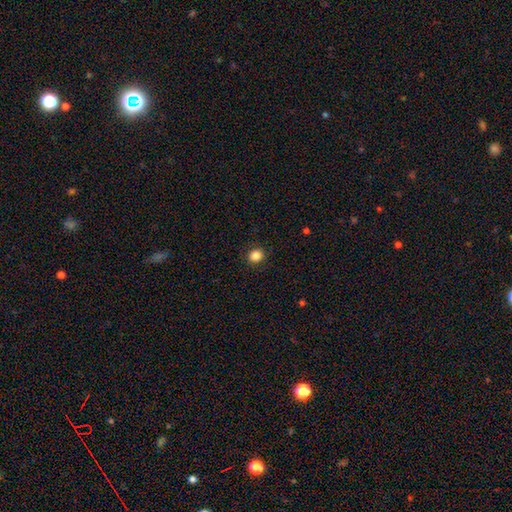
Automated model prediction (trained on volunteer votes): smooth-or-featured: smooth: 86% | star or artifact: 10% | featured or disk: 4%
  how-rounded: round: 80% | in between: 20% | cigar-shaped: 1%
  merging: none: 90% | minor disturbance: 7% | major disturbance: 2% | merger: 1%